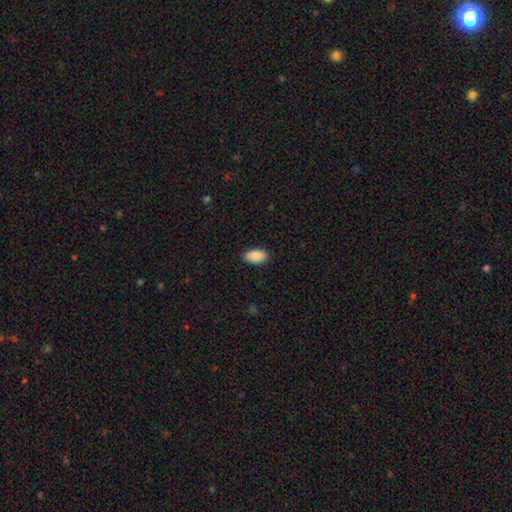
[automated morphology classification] Smooth or featured? smooth (90%)
How rounded? in between (95%)
Merging? none (89%)